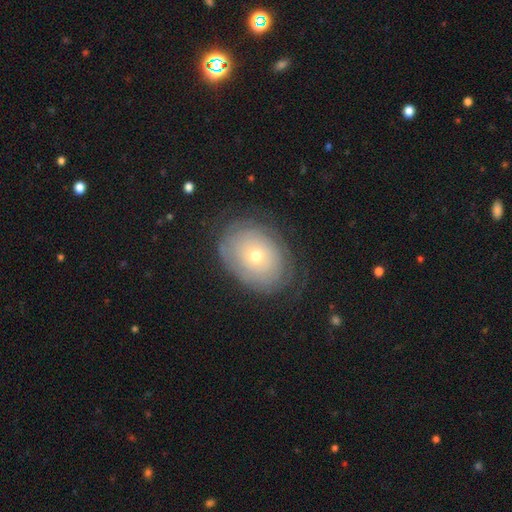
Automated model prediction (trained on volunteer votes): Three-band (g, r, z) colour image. It shows a featured or disk galaxy (57%) with no bar (90%), spiral arms (61%) and a small central bulge (59%). Merging: none (74%).